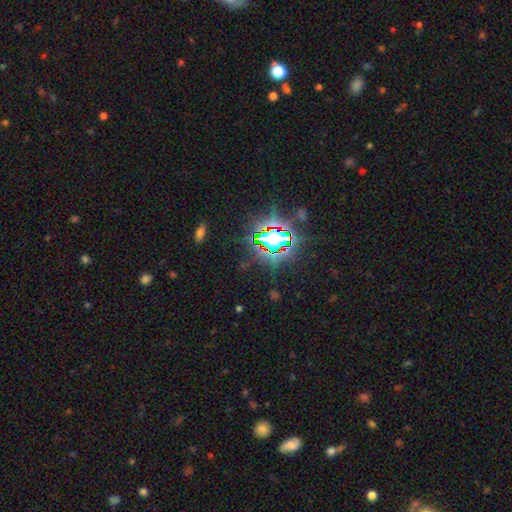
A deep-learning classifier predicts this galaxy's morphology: Smooth or featured?
  - star or artifact: 80% *
  - smooth: 12%
  - featured or disk: 8%